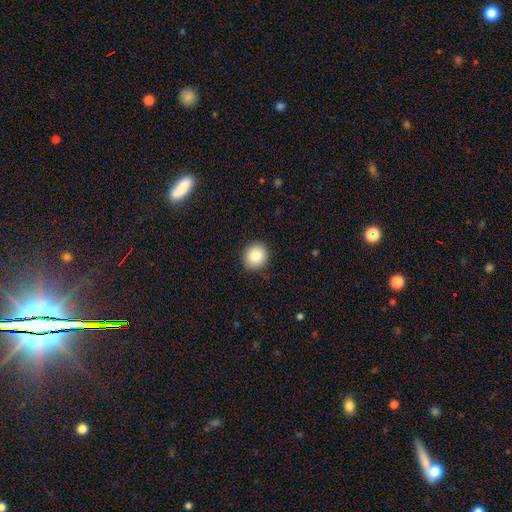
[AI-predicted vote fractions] Smooth or featured? smooth (84%)
How rounded? round (84%)
Merging? none (89%)